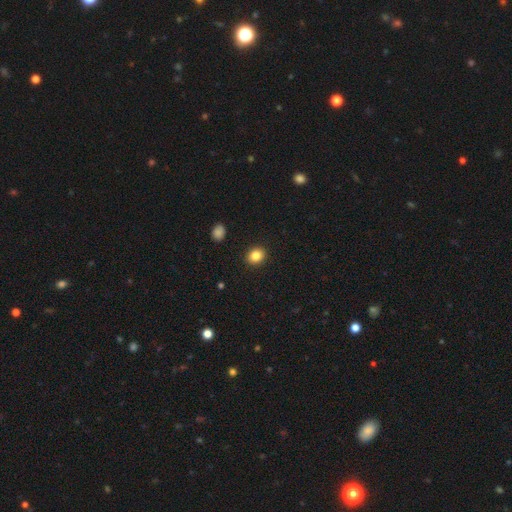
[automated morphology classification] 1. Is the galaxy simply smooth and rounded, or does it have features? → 84% smooth, 10% star or artifact, 6% featured or disk.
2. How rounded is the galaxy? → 63% round, 36% in between, 1% cigar-shaped.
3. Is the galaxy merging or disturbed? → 91% none, 6% minor disturbance, 2% major disturbance, 1% merger.